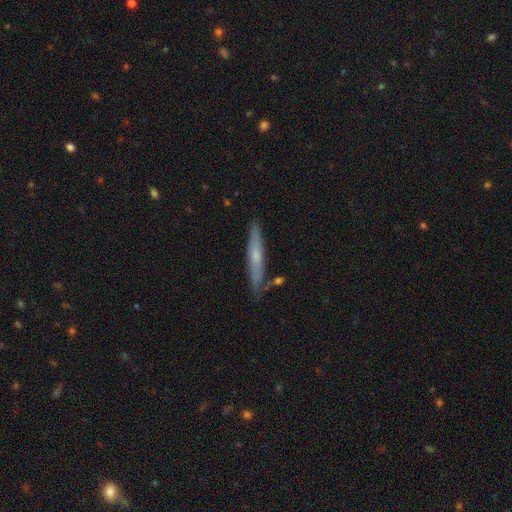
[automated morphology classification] smooth_or_featured: smooth (p=0.47) [tied with: featured or disk p=0.47]
merging: none (p=0.82) [alt: minor disturbance p=0.13]